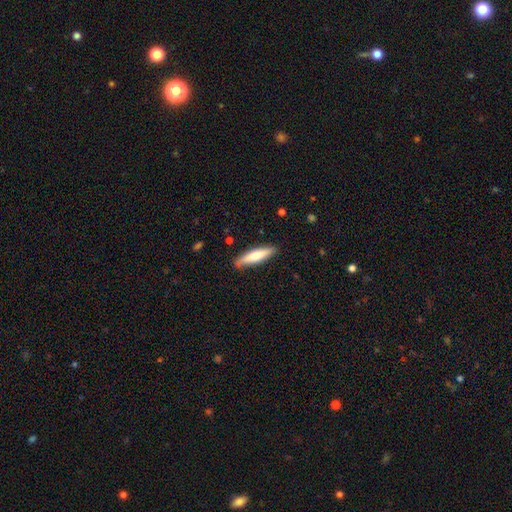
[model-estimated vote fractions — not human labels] smooth 66%, featured or disk 29%, star or artifact 5%. Down the decision tree: how rounded — cigar-shaped (82%); merging — none (86%).